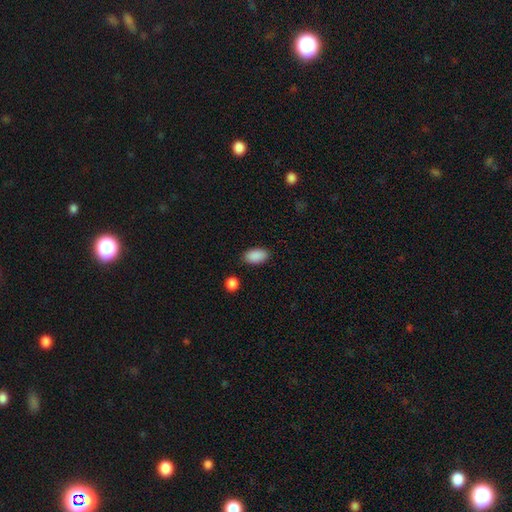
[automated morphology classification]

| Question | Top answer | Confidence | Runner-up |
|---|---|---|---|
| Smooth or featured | smooth | 90% | star or artifact (7%) |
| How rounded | in between | 94% | round (5%) |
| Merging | none | 86% | minor disturbance (9%) |